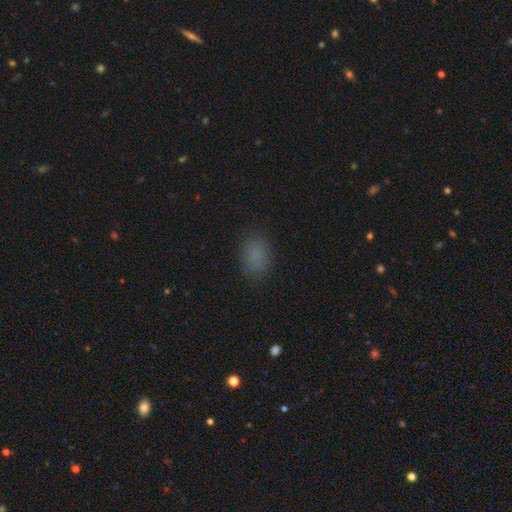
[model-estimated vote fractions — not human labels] This appears to be a smooth galaxy with no disk features (81%) that is in between round and cigar-shaped (77%). Merging: none (82%).